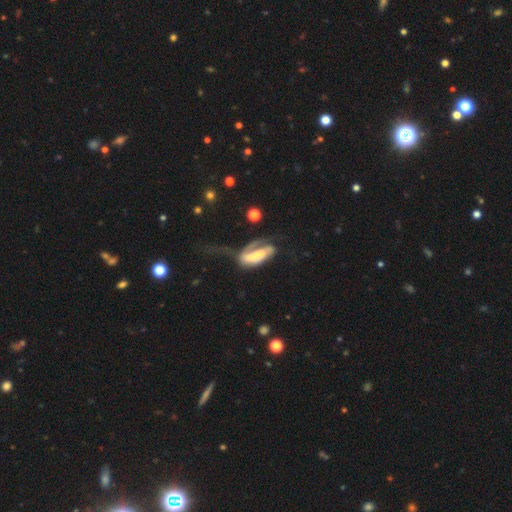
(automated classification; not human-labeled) Smooth or featured: featured or disk — 57% (smooth — 36%)
Edge-on disk: no — 89% (yes — 11%)
Bar: no — 43% (strong — 33%)
Spiral arms: yes — 67% (no — 33%)
Bulge size: moderate — 28% (small — 26%)
Merging: major disturbance — 55% (none — 17%)